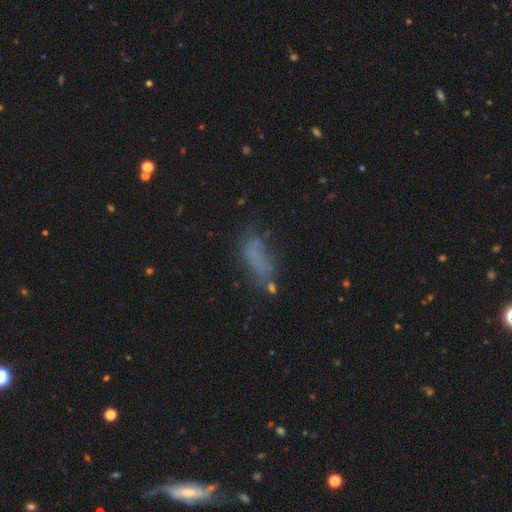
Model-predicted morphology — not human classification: A smooth galaxy with no disk features (59%) that is in between round and cigar-shaped (68%).

Vote fractions:
- Smooth or featured? smooth: 59% / featured or disk: 24% / star or artifact: 17%
- How rounded? in between: 68% / cigar-shaped: 29% / round: 3%
- Merging? none: 44% / minor disturbance: 24% / major disturbance: 23% / merger: 9%